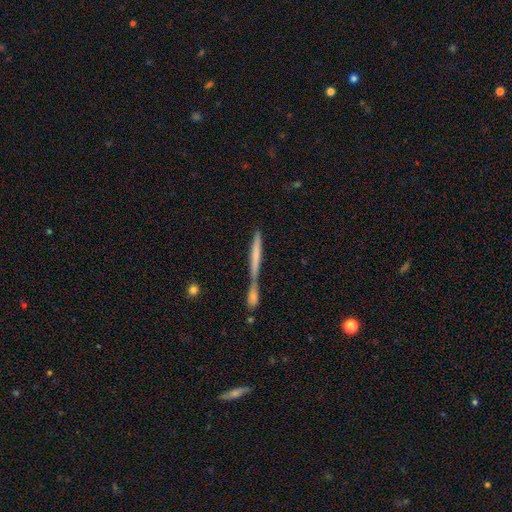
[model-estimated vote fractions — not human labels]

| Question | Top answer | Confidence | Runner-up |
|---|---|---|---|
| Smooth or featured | smooth | 48% | featured or disk (44%) |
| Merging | merger | 52% | none (33%) |